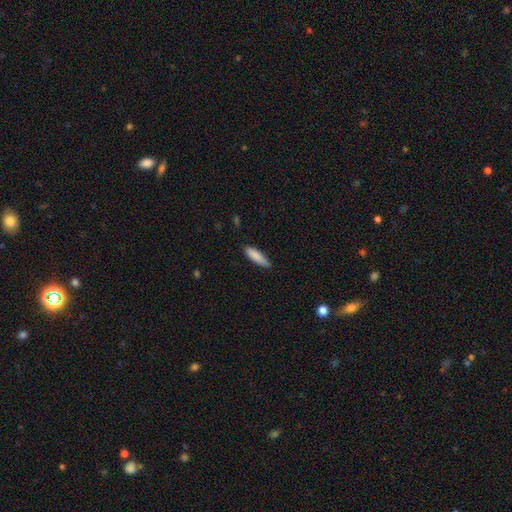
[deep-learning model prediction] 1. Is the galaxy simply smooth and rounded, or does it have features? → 86% smooth, 8% featured or disk, 6% star or artifact.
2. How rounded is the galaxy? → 64% cigar-shaped, 35% in between, 1% round.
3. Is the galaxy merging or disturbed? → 77% none, 19% minor disturbance, 3% major disturbance, 1% merger.